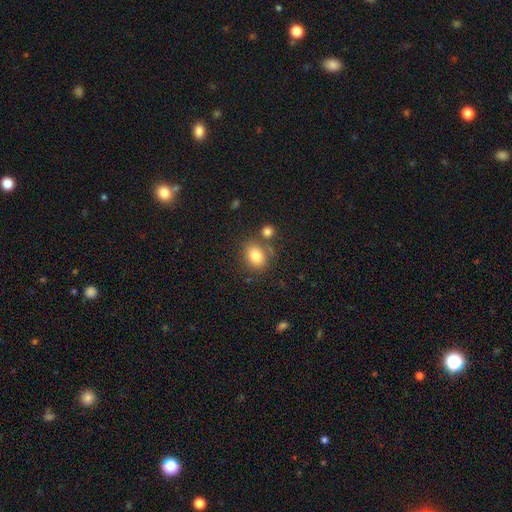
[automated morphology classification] smooth-or-featured: smooth: 81% | star or artifact: 10% | featured or disk: 9%
  how-rounded: in between: 55% | round: 44% | cigar-shaped: 1%
  merging: none: 70% | merger: 13% | minor disturbance: 13% | major disturbance: 4%